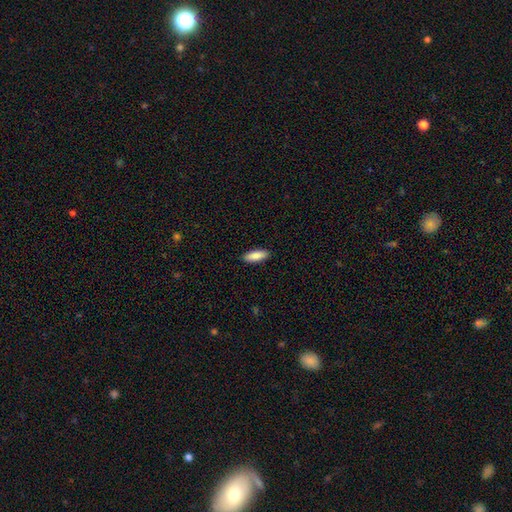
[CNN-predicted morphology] smooth_or_featured: smooth (p=0.87) [alt: featured or disk p=0.07]
how_rounded: in between (p=0.65) [alt: cigar-shaped p=0.33]
merging: none (p=0.90) [alt: minor disturbance p=0.07]